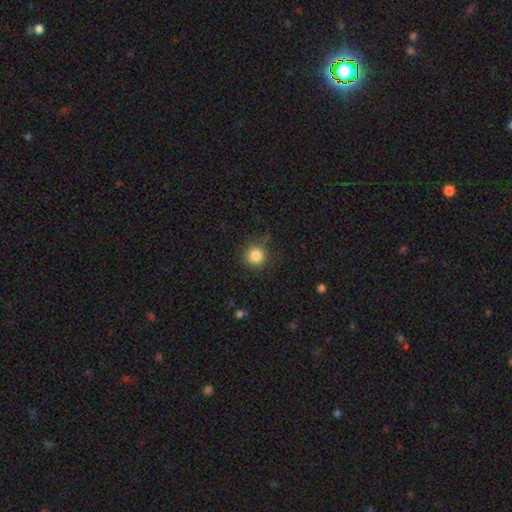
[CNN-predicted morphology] type=smooth (85%); roundness=round (95%); merging=none (84%).